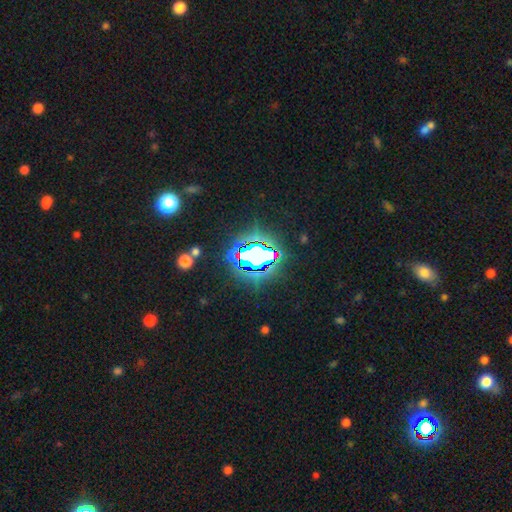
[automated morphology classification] Smooth or featured? star or artifact (73%)